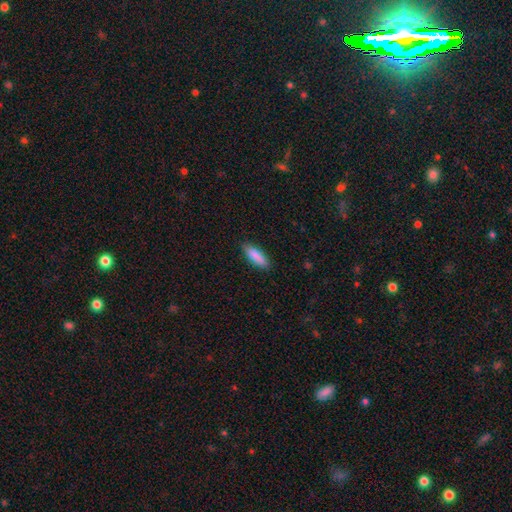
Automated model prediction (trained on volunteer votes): smooth-or-featured: smooth: 88% | star or artifact: 6% | featured or disk: 6%
  how-rounded: in between: 51% | cigar-shaped: 48% | round: 2%
  merging: none: 84% | minor disturbance: 13% | major disturbance: 2% | merger: 1%